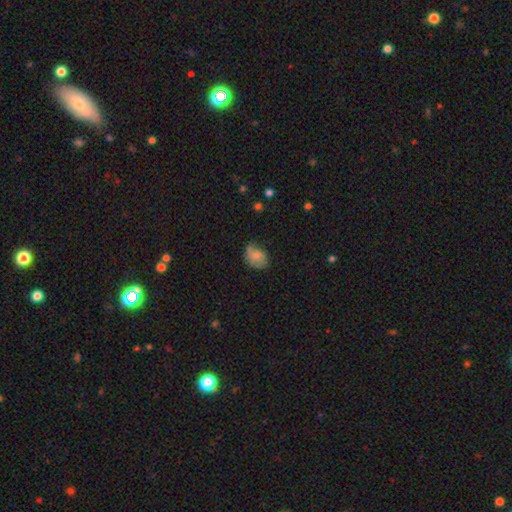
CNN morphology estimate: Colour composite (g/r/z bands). It shows a smooth galaxy with no disk features (65%) that is in between round and cigar-shaped (69%). Merging: none (46%).